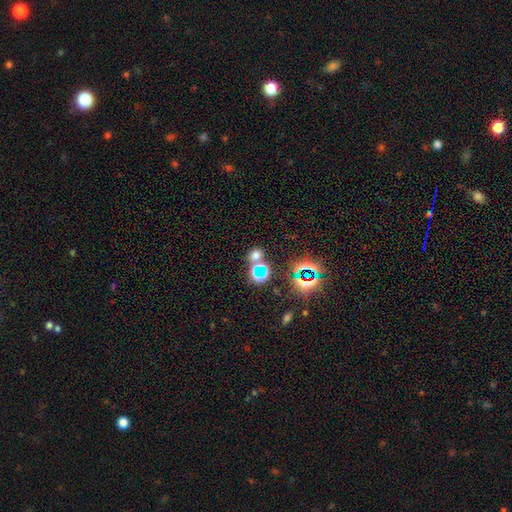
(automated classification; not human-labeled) Smooth or featured? smooth (52%)
How rounded? round (71%)
Merging? none (63%)